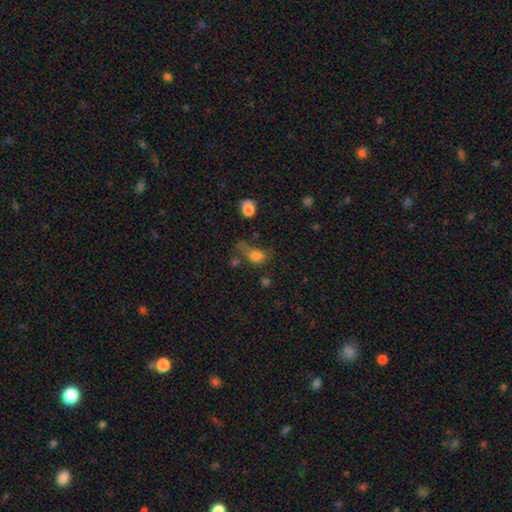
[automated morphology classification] The model was most divided on "merging": none: 33%, major disturbance: 27%, minor disturbance: 23%, merger: 17%. More confident: smooth or featured — smooth (76%); how rounded — in between (53%).